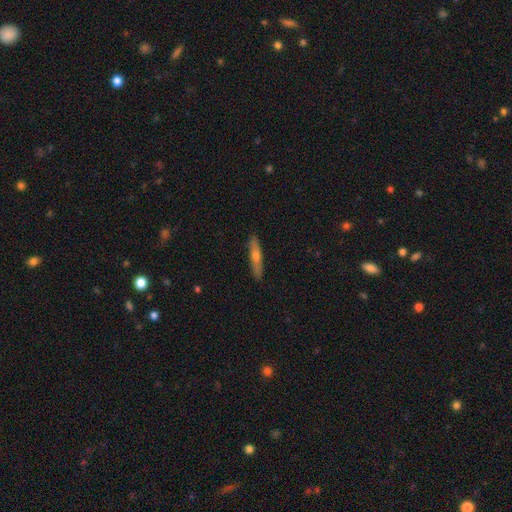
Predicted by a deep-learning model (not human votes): Smooth or featured: smooth — 49% (featured or disk — 45%)
Merging: none — 89% (minor disturbance — 8%)